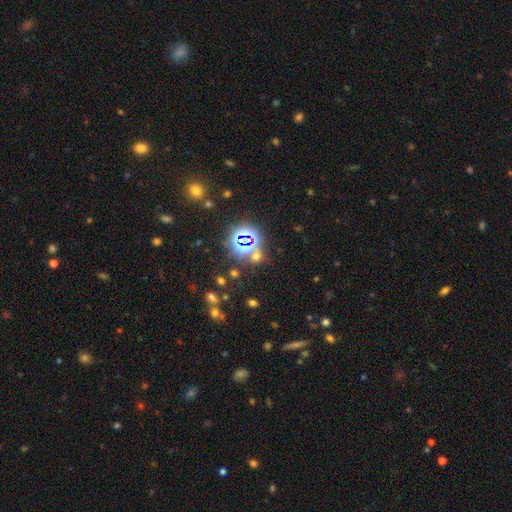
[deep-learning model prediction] This appears to be a star or artifact, not a galaxy (61%).